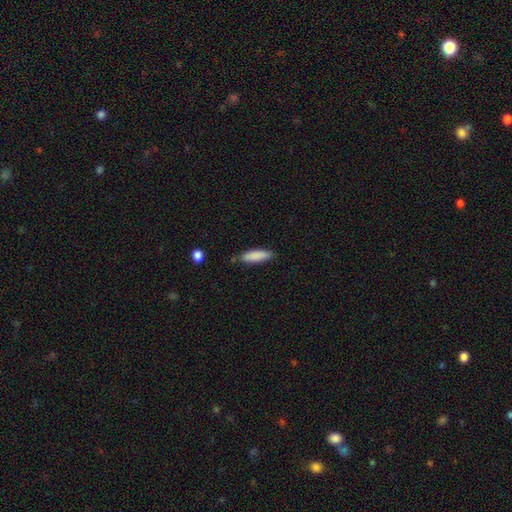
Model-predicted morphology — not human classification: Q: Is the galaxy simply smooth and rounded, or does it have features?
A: smooth — 86%.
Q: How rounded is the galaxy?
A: cigar-shaped — 61%.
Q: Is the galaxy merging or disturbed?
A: none — 77%.